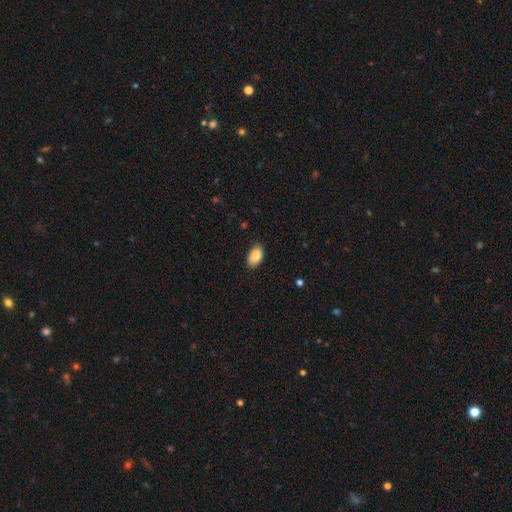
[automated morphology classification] smooth-or-featured: smooth: 88% | star or artifact: 7% | featured or disk: 5%
  how-rounded: in between: 93% | round: 5% | cigar-shaped: 2%
  merging: none: 78% | minor disturbance: 18% | major disturbance: 3% | merger: 1%